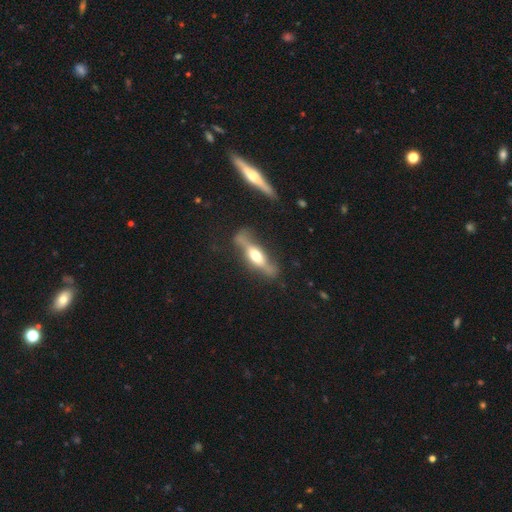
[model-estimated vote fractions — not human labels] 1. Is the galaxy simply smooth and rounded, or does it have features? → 62% featured or disk, 32% smooth, 6% star or artifact.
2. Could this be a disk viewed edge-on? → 82% yes, 18% no.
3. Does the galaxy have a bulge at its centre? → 88% rounded, 9% boxy, 4% none.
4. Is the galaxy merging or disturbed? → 61% none, 21% minor disturbance, 11% major disturbance, 6% merger.